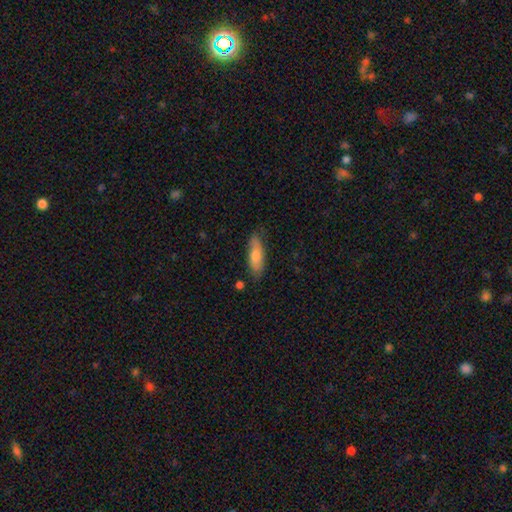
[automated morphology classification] type=smooth (72%); roundness=in between (53%); merging=none (77%).